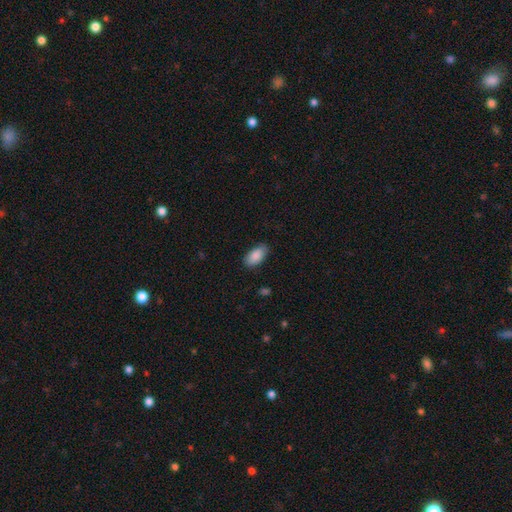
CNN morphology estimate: Q: Smooth or featured?
A: smooth (89%); runner-up: star or artifact (6%)
Q: How rounded?
A: in between (94%); runner-up: cigar-shaped (3%)
Q: Merging?
A: none (85%); runner-up: minor disturbance (11%)